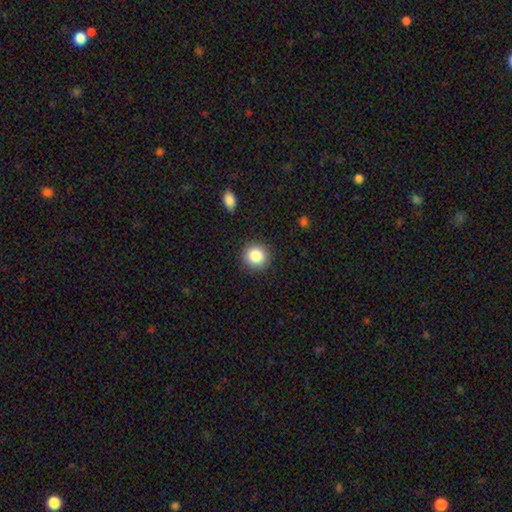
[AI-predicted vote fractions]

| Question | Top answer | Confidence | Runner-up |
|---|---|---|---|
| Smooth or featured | smooth | 85% | star or artifact (9%) |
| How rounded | round | 92% | in between (7%) |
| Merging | none | 89% | minor disturbance (7%) |